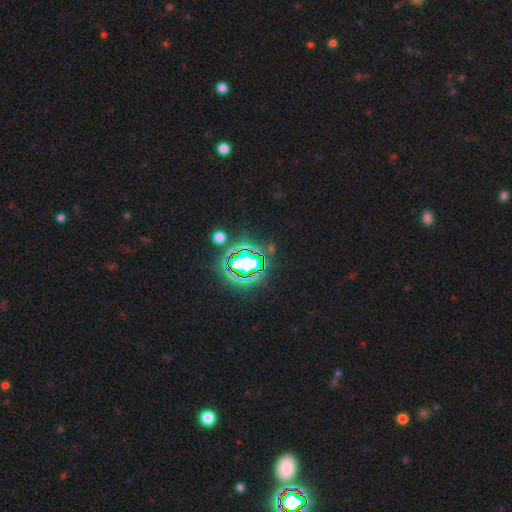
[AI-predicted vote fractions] Overall: star or artifact (84%).